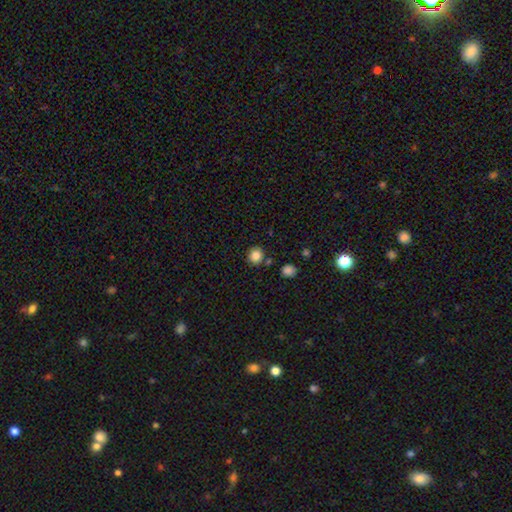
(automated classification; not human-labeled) Smooth or featured: smooth — 84% (star or artifact — 11%)
How rounded: round — 86% (in between — 13%)
Merging: none — 83% (minor disturbance — 8%)